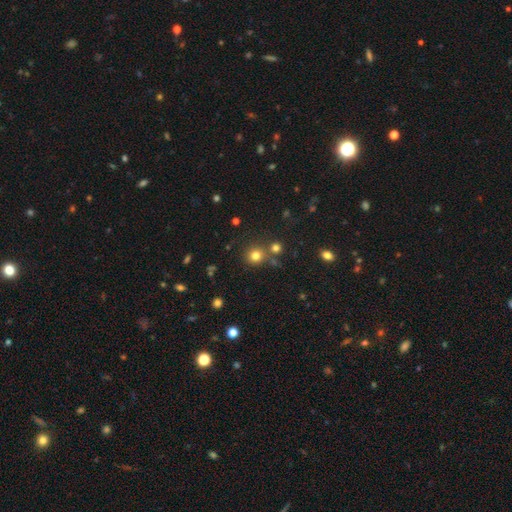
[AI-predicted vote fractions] Smooth or featured?
  - smooth: 77% *
  - star or artifact: 16%
  - featured or disk: 7%
How rounded?
  - round: 90% *
  - in between: 9%
  - cigar-shaped: 1%
Merging?
  - none: 75% *
  - merger: 14%
  - minor disturbance: 8%
  - major disturbance: 3%